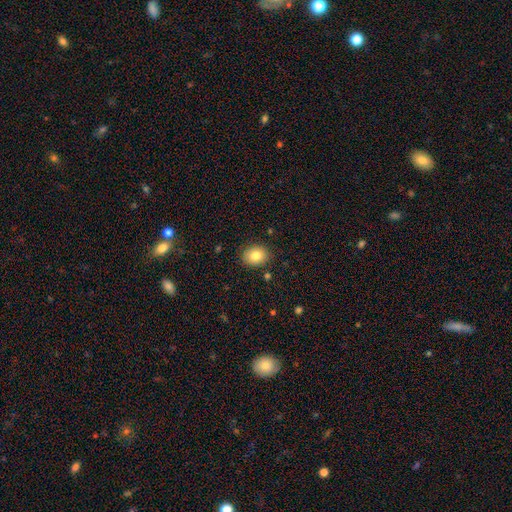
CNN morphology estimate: smooth-or-featured: smooth: 81% | featured or disk: 10% | star or artifact: 9%
  how-rounded: in between: 51% | round: 49% | cigar-shaped: 1%
  merging: none: 88% | minor disturbance: 9% | major disturbance: 2% | merger: 1%